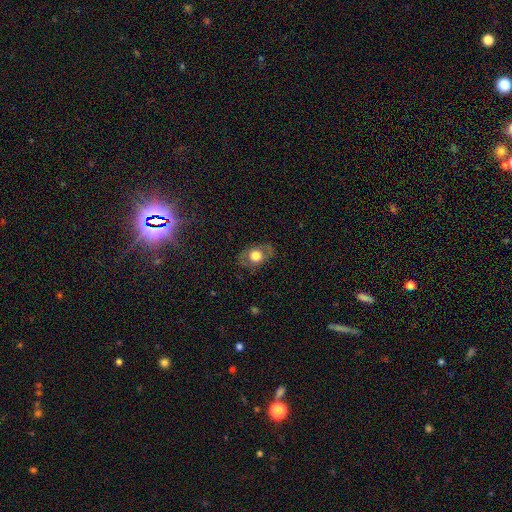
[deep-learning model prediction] This is possibly a smooth galaxy (58%). How rounded: likely in between (66%). Merging: likely none (76%).